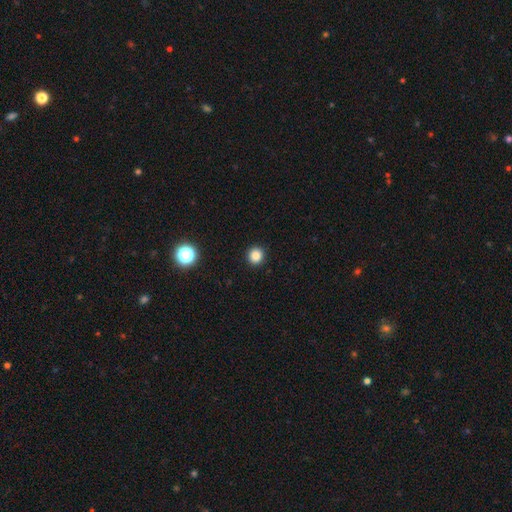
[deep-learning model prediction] This appears to be a smooth galaxy with no disk features (85%) that is round (93%). Merging: none (93%).